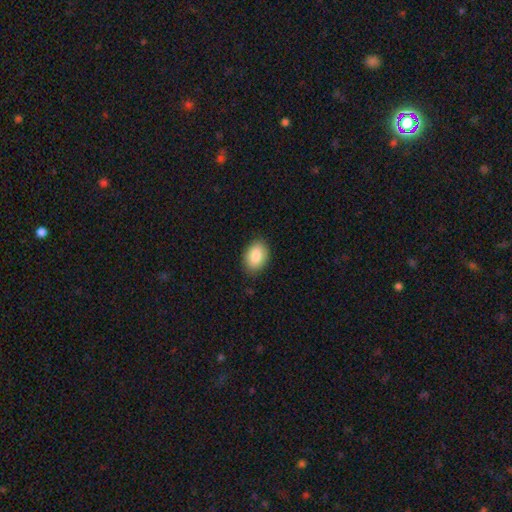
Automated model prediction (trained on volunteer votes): Smooth or featured? Predicted: smooth (p=0.87). How rounded? Predicted: in between (p=0.85). Merging? Predicted: none (p=0.86).